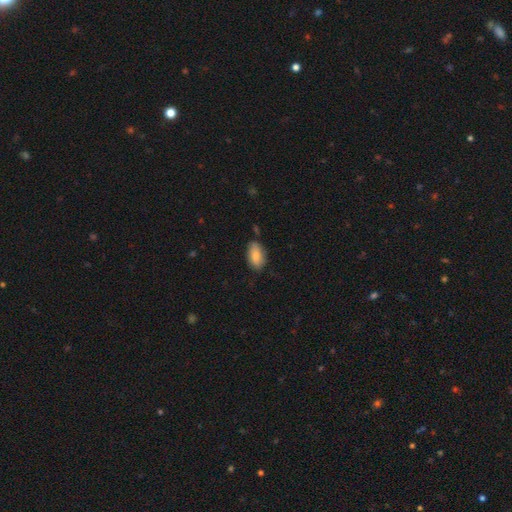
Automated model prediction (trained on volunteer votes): smooth 84%, featured or disk 10%, star or artifact 7%. Down the decision tree: how rounded — in between (92%); merging — none (74%).